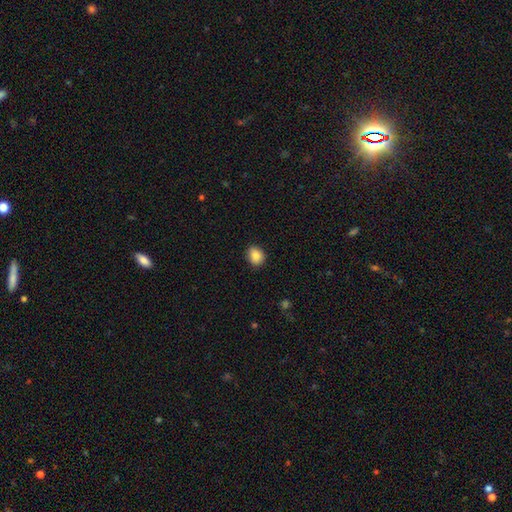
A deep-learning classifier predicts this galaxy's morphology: smooth 87%, star or artifact 9%, featured or disk 5%. Down the decision tree: how rounded — round (55%); merging — none (89%).